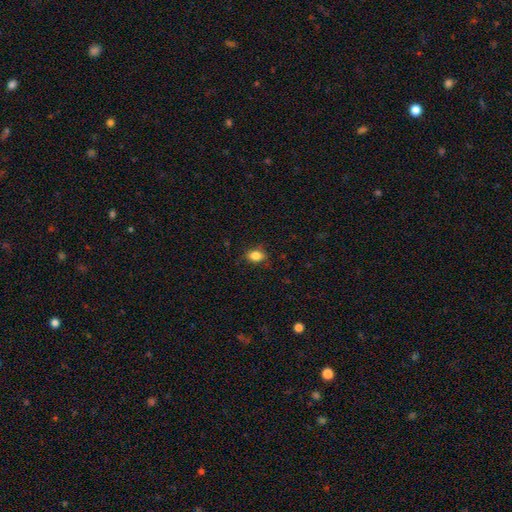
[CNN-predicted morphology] Smooth or featured? smooth (84%)
How rounded? in between (74%)
Merging? none (82%)